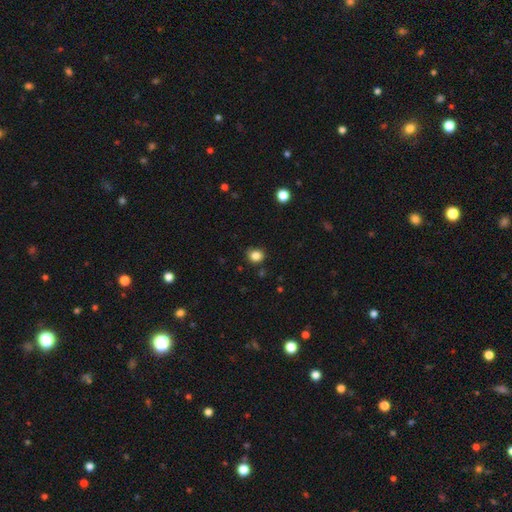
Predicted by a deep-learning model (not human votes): Morphology: type=smooth (84%); roundness=round (79%); merging=none (82%).